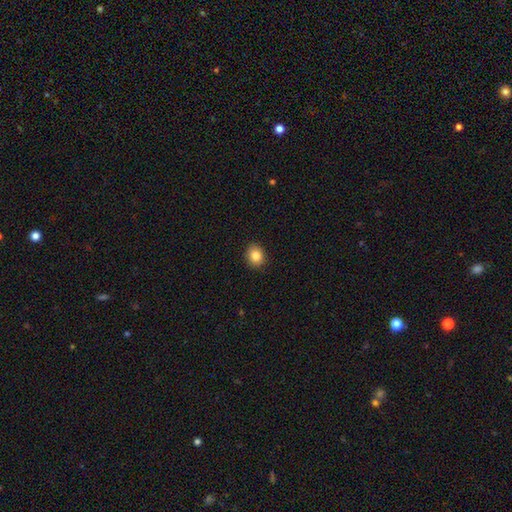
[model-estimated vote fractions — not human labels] Overall: smooth (85%). How rounded: round (61%; in between 38%). Merging: none (90%).